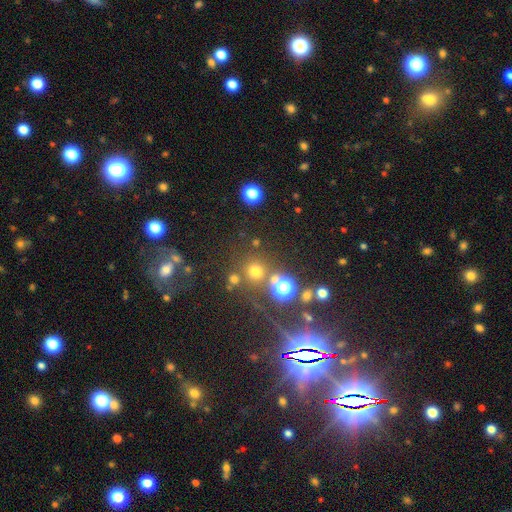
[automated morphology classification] Smooth or featured? star or artifact (67%)